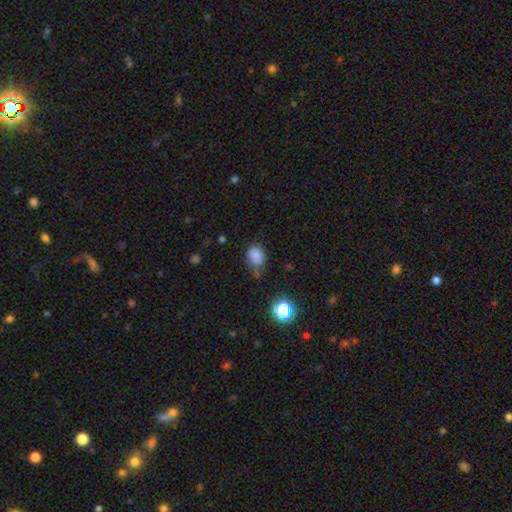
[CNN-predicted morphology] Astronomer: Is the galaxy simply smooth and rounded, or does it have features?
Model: smooth — 81%.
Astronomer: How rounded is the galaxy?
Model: round — 57% (runner-up: in between, 42%).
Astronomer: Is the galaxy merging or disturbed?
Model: none — 58%.